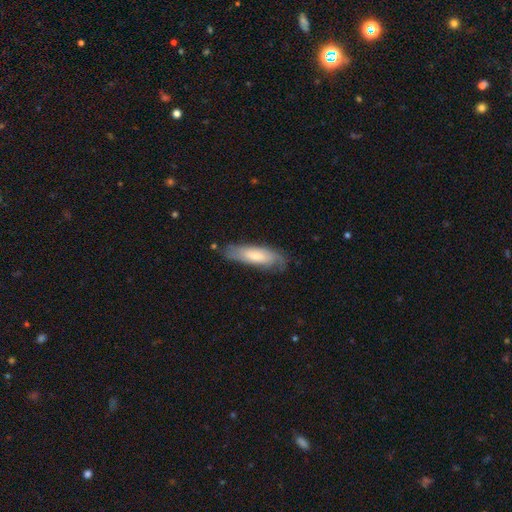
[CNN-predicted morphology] type=smooth (55%); roundness=in between (52%); merging=none (68%).